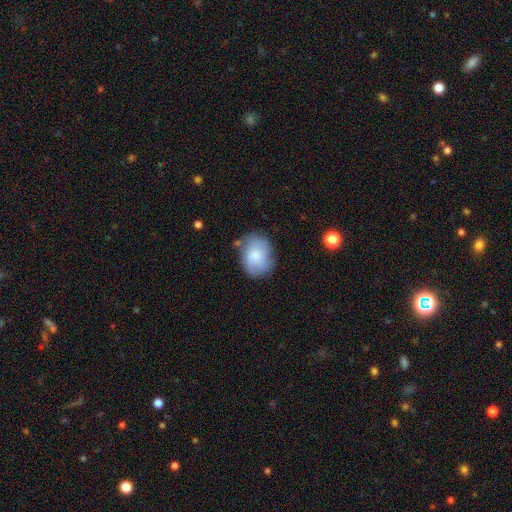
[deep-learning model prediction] Smooth or featured?
  - smooth: 71% *
  - featured or disk: 22%
  - star or artifact: 7%
How rounded?
  - in between: 51% *
  - round: 48%
  - cigar-shaped: 1%
Merging?
  - none: 62% *
  - minor disturbance: 26%
  - major disturbance: 8%
  - merger: 4%